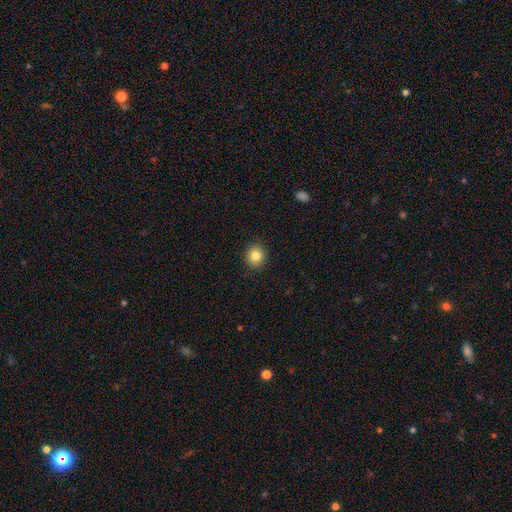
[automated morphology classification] Overall: smooth (82%). How rounded: round (85%). Merging: none (91%).